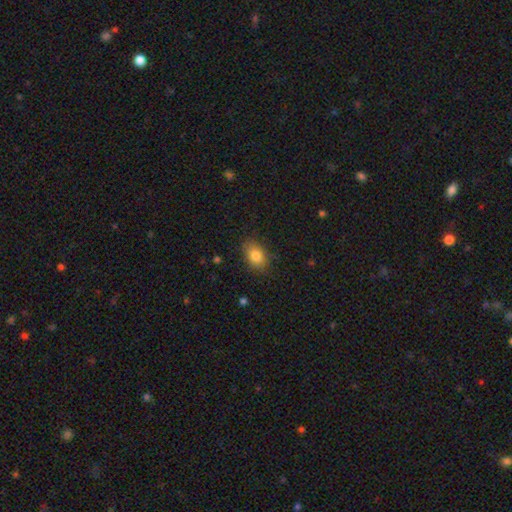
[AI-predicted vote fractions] This appears to be a smooth galaxy with no disk features (82%) that is in between round and cigar-shaped (79%). Merging: none (80%).